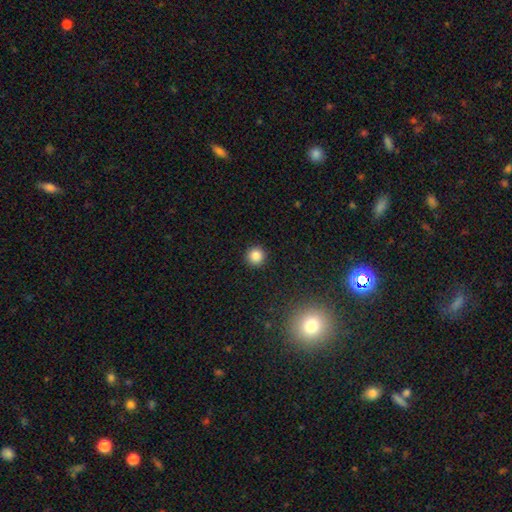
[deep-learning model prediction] Overall: smooth (85%). How rounded: round (95%). Merging: none (92%).